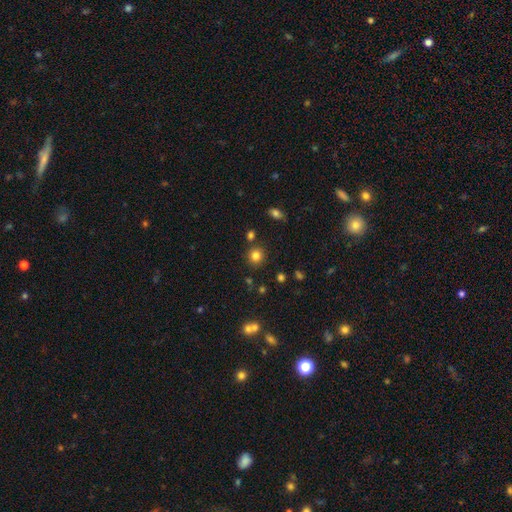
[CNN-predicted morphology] Overall: smooth (80%). How rounded: round (90%). Merging: none (84%).